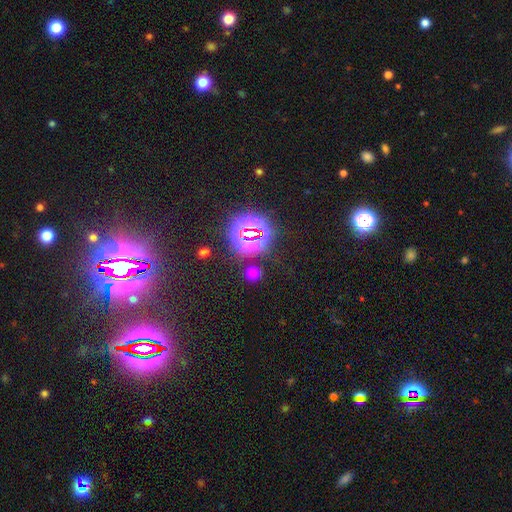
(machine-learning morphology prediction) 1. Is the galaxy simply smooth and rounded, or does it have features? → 82% star or artifact, 11% smooth, 7% featured or disk.